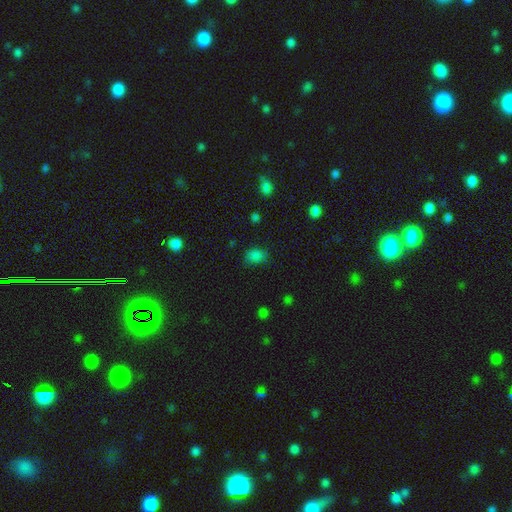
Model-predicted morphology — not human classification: Q: Smooth or featured?
A: smooth (80%); runner-up: star or artifact (15%)
Q: How rounded?
A: in between (66%); runner-up: round (33%)
Q: Merging?
A: none (72%); runner-up: minor disturbance (20%)